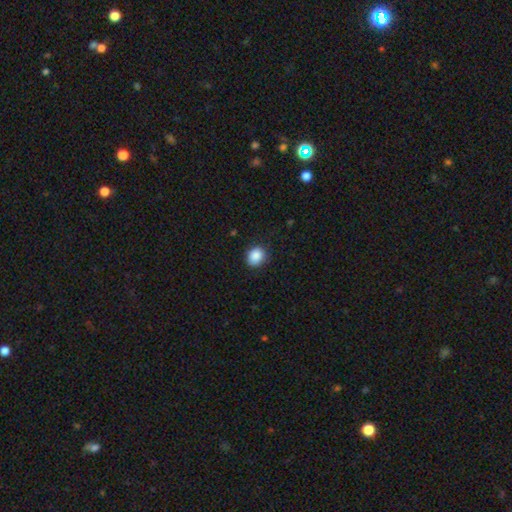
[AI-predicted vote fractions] This is clearly a smooth galaxy (88%). How rounded: likely round (73%). Merging: clearly none (83%).